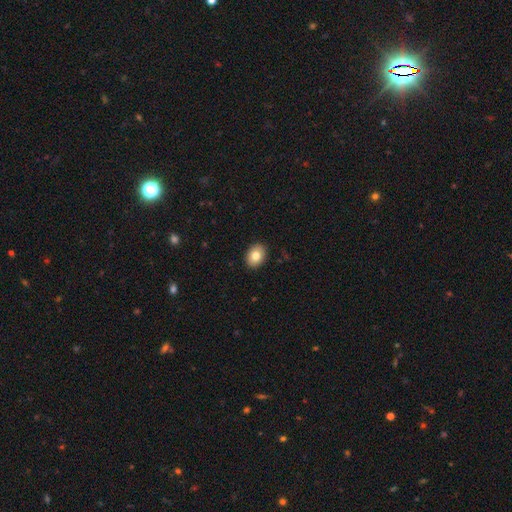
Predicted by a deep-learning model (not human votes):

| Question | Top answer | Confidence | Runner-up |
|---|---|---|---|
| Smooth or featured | smooth | 81% | featured or disk (11%) |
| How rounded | in between | 70% | round (29%) |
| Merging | none | 90% | minor disturbance (7%) |